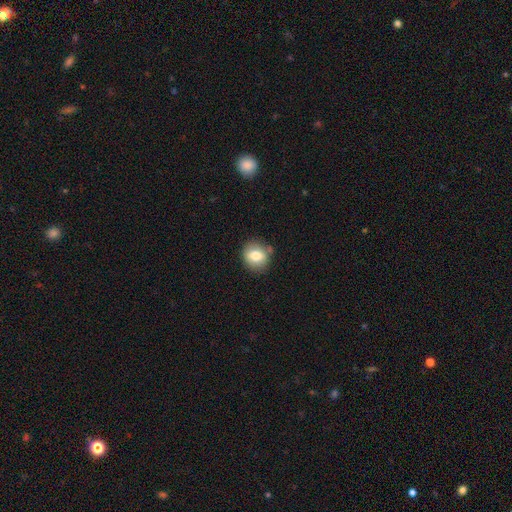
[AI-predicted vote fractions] This appears to be a smooth galaxy with no disk features (74%) that is round (77%). Merging: none (80%).